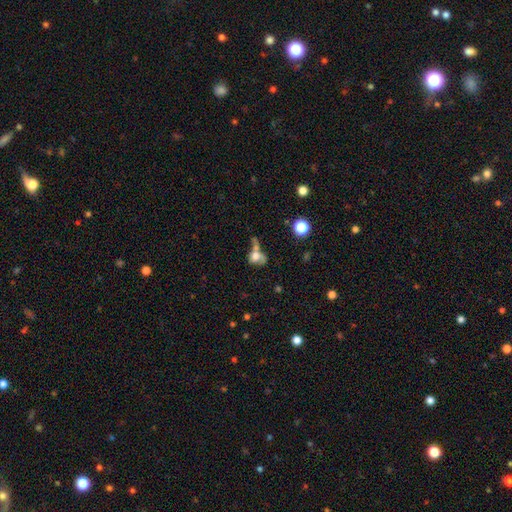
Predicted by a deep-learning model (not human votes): Overall: smooth (64%). How rounded: in between (56%; round 41%). Merging: merger (45%; none 22%).